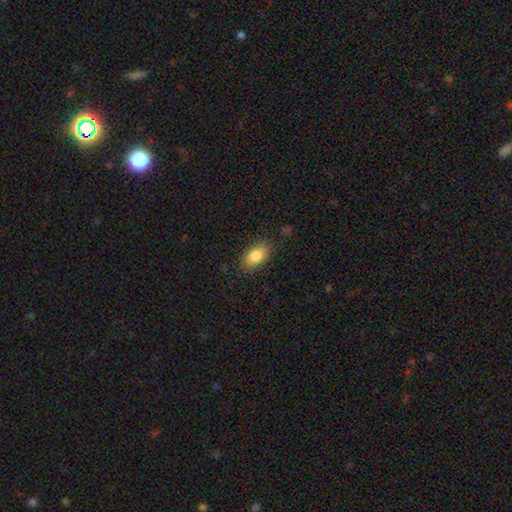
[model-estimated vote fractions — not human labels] Q: Smooth or featured?
A: smooth (83%); runner-up: featured or disk (9%)
Q: How rounded?
A: in between (90%); runner-up: round (6%)
Q: Merging?
A: none (84%); runner-up: minor disturbance (12%)